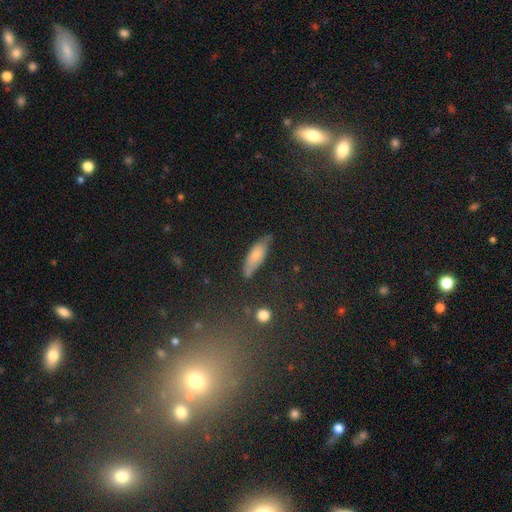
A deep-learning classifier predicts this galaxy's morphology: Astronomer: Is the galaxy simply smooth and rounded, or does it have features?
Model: smooth — 71%.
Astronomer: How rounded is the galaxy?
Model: in between — 56% (runner-up: cigar-shaped, 41%).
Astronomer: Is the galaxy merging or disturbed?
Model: none — 63%.